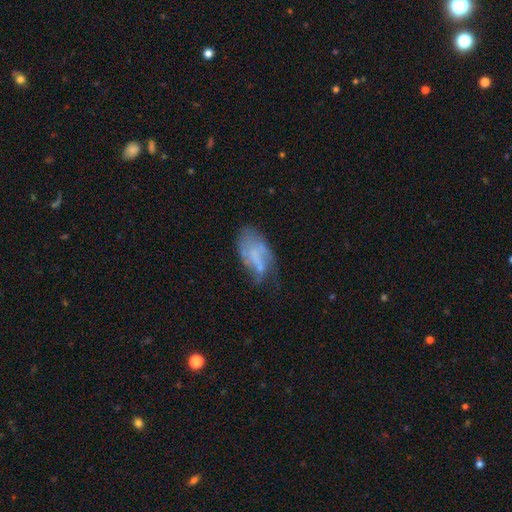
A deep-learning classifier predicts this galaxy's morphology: A featured or disk galaxy (47%). Merging: none (34%).